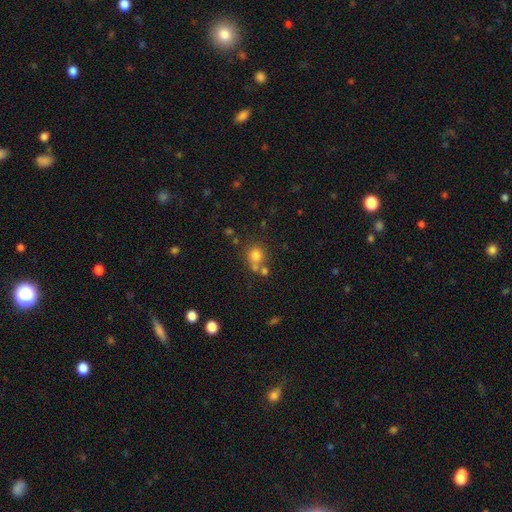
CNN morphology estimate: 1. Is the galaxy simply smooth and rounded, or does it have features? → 76% smooth, 14% star or artifact, 10% featured or disk.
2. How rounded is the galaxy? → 87% round, 12% in between, 1% cigar-shaped.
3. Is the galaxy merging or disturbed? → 59% none, 28% merger, 9% minor disturbance, 4% major disturbance.